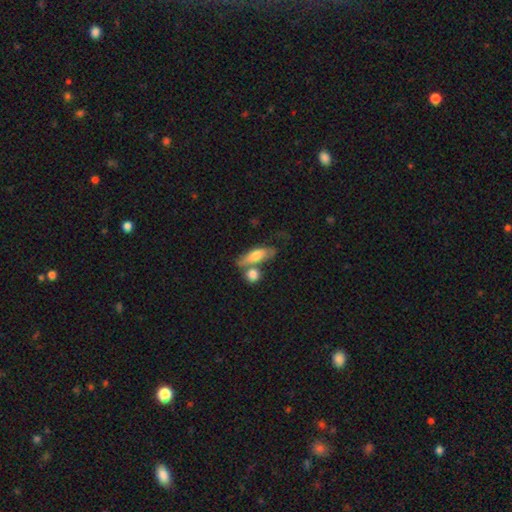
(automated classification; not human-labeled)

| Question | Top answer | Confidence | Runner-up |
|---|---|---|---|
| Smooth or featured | smooth | 65% | featured or disk (28%) |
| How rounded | in between | 59% | cigar-shaped (36%) |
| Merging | none | 43% | merger (32%) |